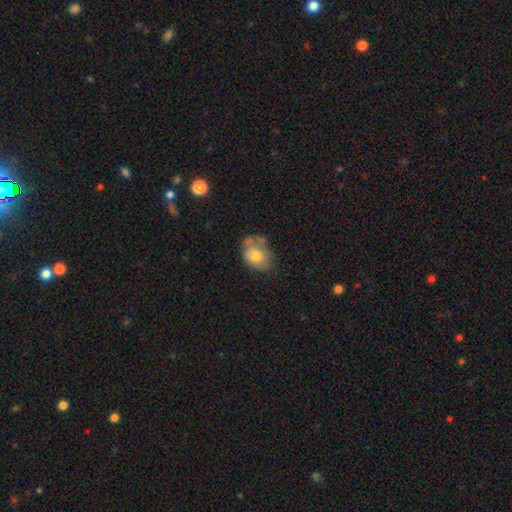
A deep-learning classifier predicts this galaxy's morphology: Q: Smooth or featured?
A: smooth (64%); runner-up: featured or disk (28%)
Q: How rounded?
A: in between (69%); runner-up: round (30%)
Q: Merging?
A: none (39%); runner-up: minor disturbance (34%)